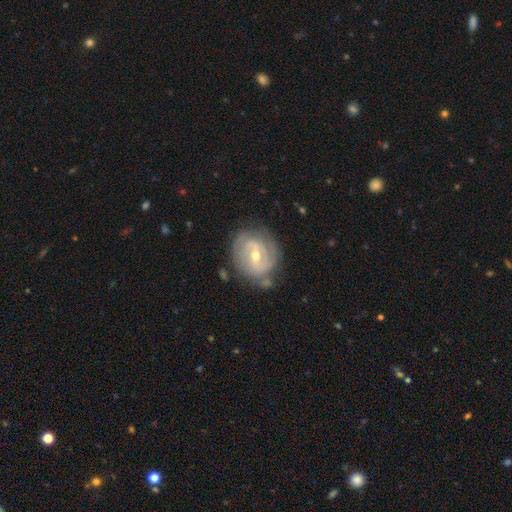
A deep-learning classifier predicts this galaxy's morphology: Smooth or featured? featured or disk (83%)
Edge-on disk? no (97%)
Bar? weak (53%)
Spiral arms? yes (91%)
Spiral winding? tight (56%)
Spiral arm count? 2 (59%)
Bulge size? moderate (54%)
Merging? none (73%)